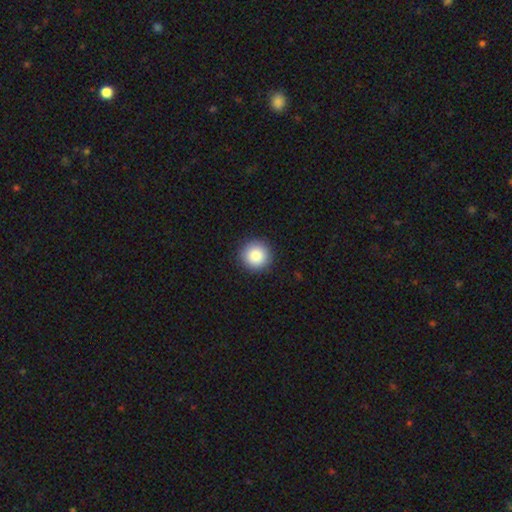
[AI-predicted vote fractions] smooth-or-featured: smooth: 87% | star or artifact: 8% | featured or disk: 4%
  how-rounded: round: 95% | in between: 4% | cigar-shaped: 1%
  merging: none: 92% | minor disturbance: 5% | major disturbance: 2% | merger: 1%